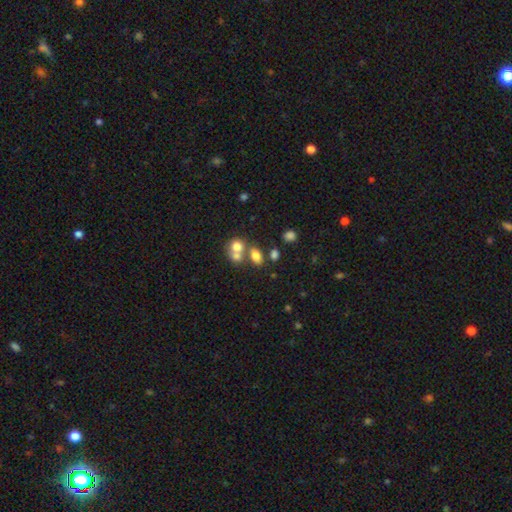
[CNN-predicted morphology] smooth 73%, featured or disk 14%, star or artifact 13%. Down the decision tree: how rounded — in between (68%); merging — none (45%).